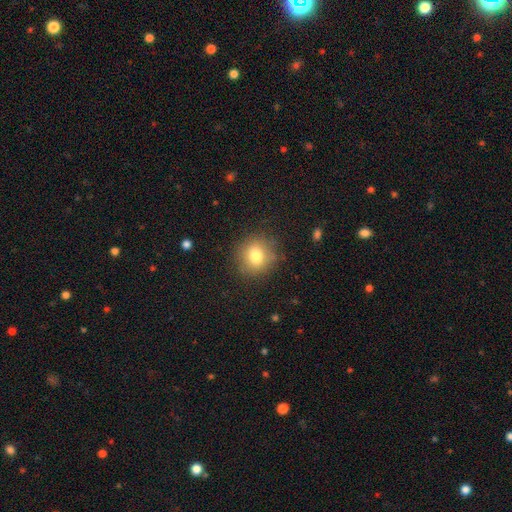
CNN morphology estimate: Smooth or featured? smooth (78%)
How rounded? round (85%)
Merging? none (85%)